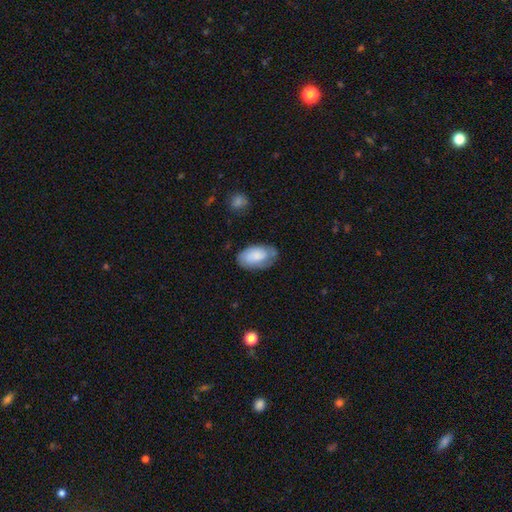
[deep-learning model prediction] Smooth or featured?
  - smooth: 73% *
  - featured or disk: 21%
  - star or artifact: 7%
How rounded?
  - in between: 94% *
  - round: 4%
  - cigar-shaped: 2%
Merging?
  - none: 65% *
  - minor disturbance: 26%
  - major disturbance: 7%
  - merger: 2%